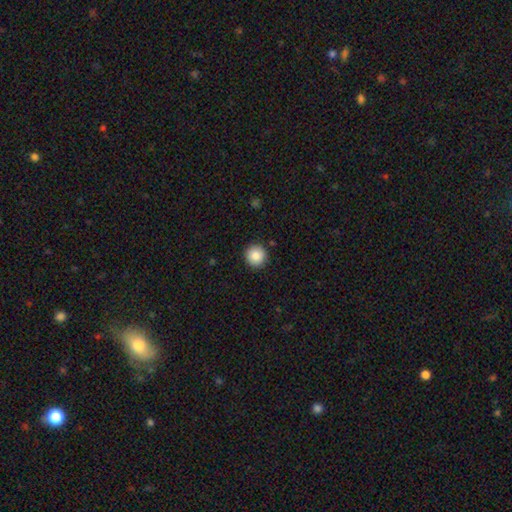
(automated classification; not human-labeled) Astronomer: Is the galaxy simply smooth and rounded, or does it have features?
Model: smooth — 87%.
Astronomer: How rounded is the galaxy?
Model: round — 95%.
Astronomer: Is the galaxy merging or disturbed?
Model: none — 91%.